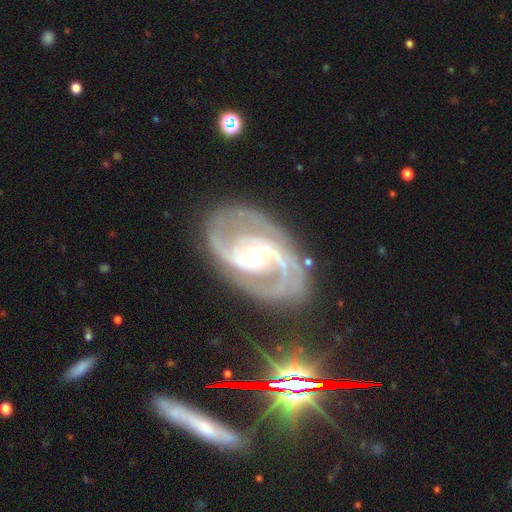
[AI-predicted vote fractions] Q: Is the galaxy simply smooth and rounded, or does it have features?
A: featured or disk — 91%.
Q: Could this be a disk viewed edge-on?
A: no — 97%.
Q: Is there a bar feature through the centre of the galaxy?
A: no — 47%.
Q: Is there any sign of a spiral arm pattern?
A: yes — 98%.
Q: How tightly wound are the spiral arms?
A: medium — 52%.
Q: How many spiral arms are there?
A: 2 — 81%.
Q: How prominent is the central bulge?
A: moderate — 52%.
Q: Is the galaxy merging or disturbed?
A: none — 77%.